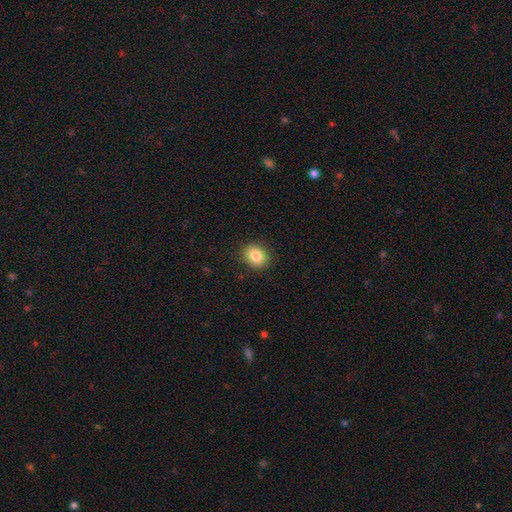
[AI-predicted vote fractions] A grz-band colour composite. It shows a smooth galaxy with no disk features (85%) that is round (57%). Merging: none (88%).